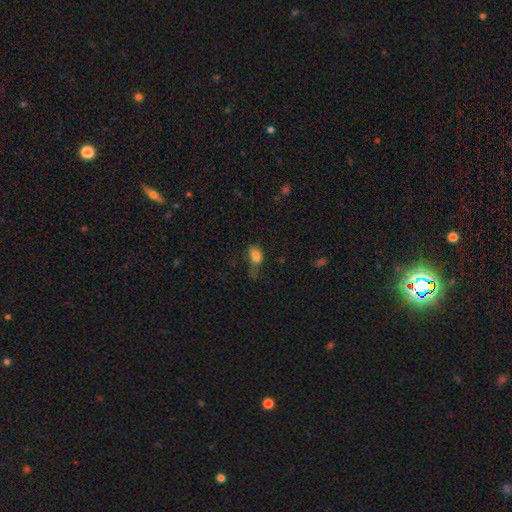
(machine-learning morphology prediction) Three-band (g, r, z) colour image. It shows a smooth galaxy with no disk features (77%) that is in between round and cigar-shaped (81%). Merging: none (31%).